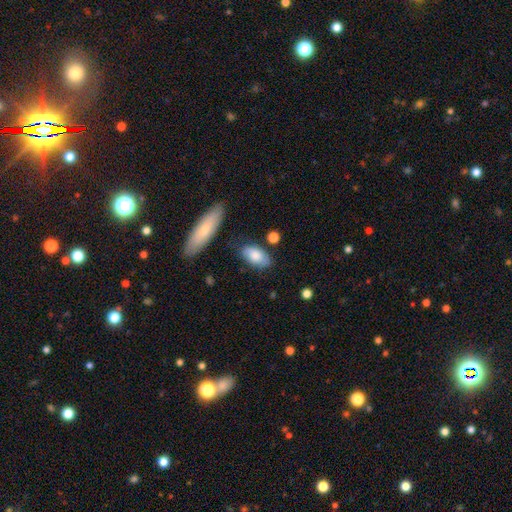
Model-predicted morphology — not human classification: smooth 80%, featured or disk 14%, star or artifact 6%. Down the decision tree: how rounded — in between (92%); merging — none (72%).